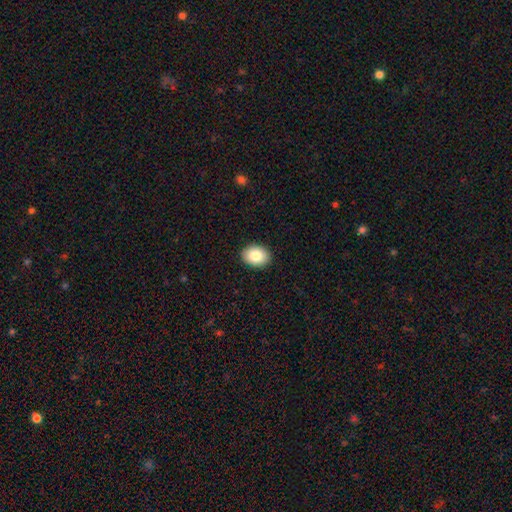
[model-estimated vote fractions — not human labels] Overall: smooth (86%). How rounded: in between (72%). Merging: none (91%).